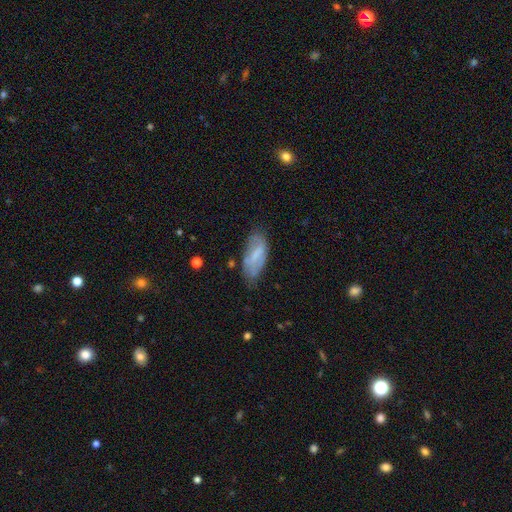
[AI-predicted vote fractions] This appears to be a smooth galaxy with no disk features (54%) that is in between round and cigar-shaped (82%). Merging: none (57%).